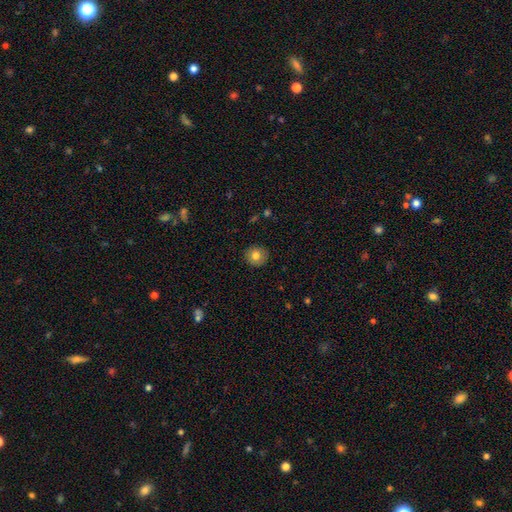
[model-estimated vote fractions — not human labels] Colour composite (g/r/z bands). It shows a smooth galaxy with no disk features (79%) that is round (91%). Merging: none (91%).